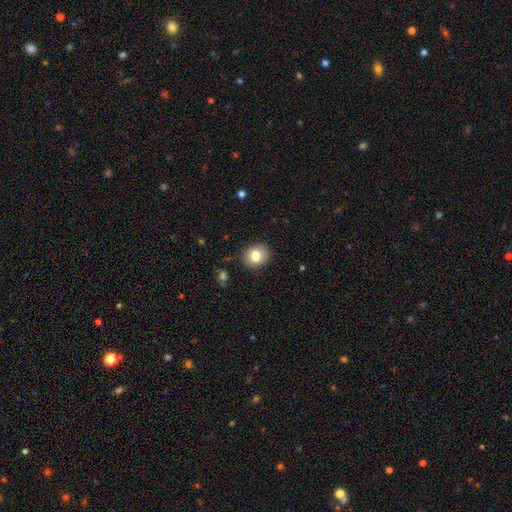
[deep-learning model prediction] Smooth or featured? Predicted: smooth (p=0.80). How rounded? Predicted: round (p=0.74). Merging? Predicted: none (p=0.88).